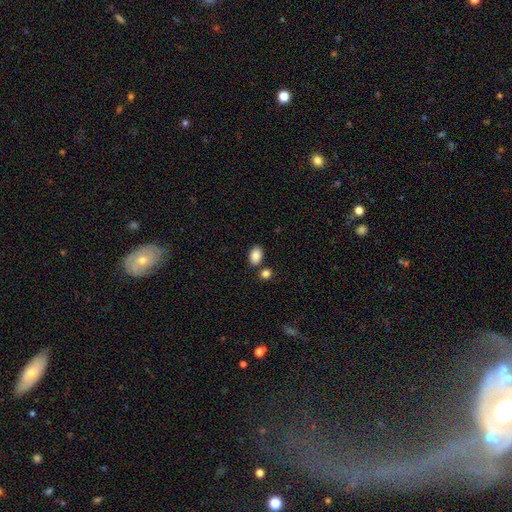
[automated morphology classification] Smooth or featured? smooth (87%)
How rounded? in between (84%)
Merging? none (77%)